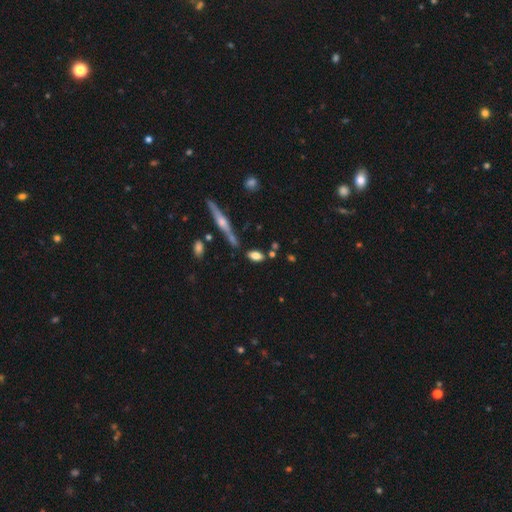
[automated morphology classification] The model was most divided on "smooth or featured": smooth: 73%, featured or disk: 18%, star or artifact: 9%. More confident: how rounded — in between (84%); merging — none (74%).